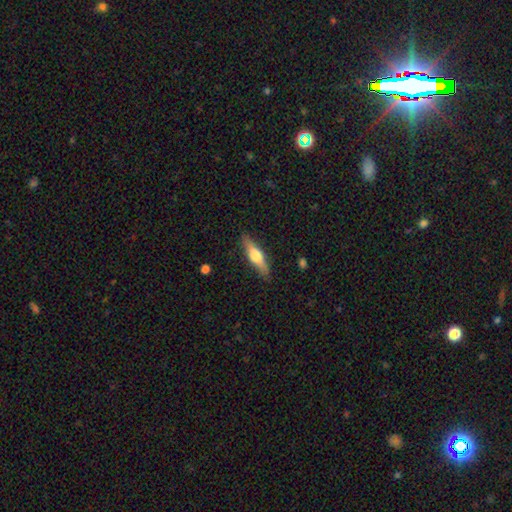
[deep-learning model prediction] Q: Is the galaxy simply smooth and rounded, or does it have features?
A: smooth — 48%.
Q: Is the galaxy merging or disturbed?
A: none — 87%.